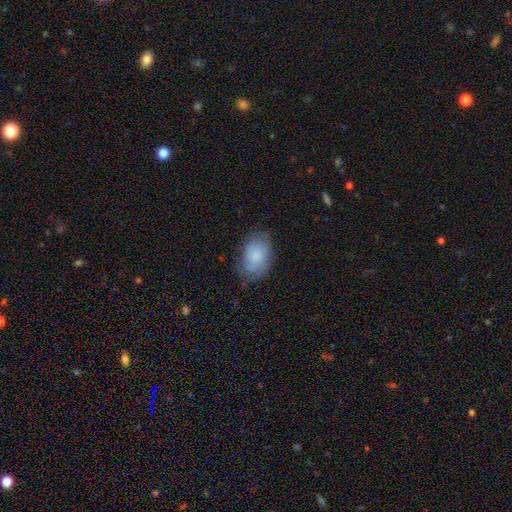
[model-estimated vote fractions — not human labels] This appears to be a smooth galaxy with no disk features (78%) that is in between round and cigar-shaped (86%). Merging: none (68%).